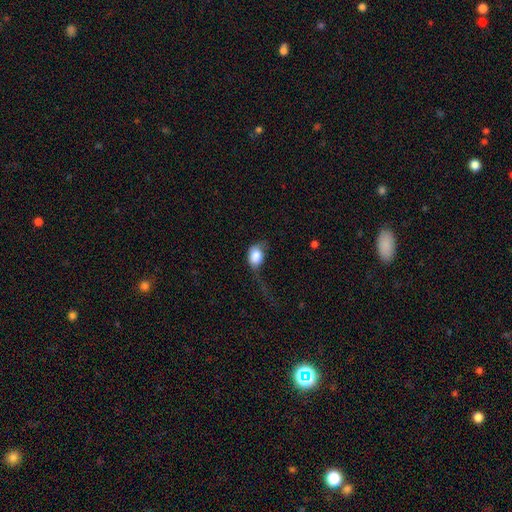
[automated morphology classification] The model was most divided on "merging": major disturbance: 47%, minor disturbance: 26%, none: 23%, merger: 4%. More confident: smooth or featured — smooth (82%); how rounded — in between (70%).